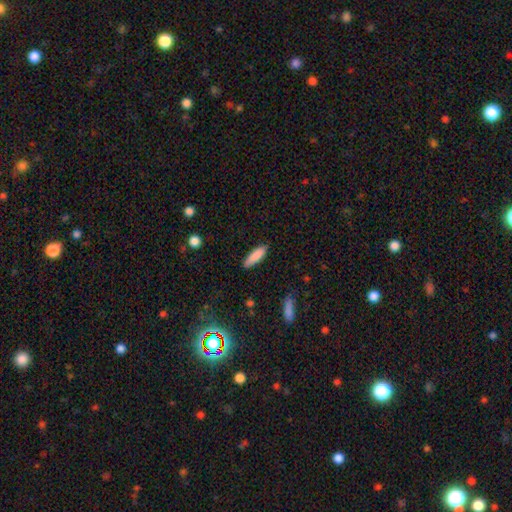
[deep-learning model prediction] Smooth or featured?
  - smooth: 87% *
  - featured or disk: 7%
  - star or artifact: 6%
How rounded?
  - cigar-shaped: 58% *
  - in between: 40%
  - round: 1%
Merging?
  - none: 86% *
  - minor disturbance: 10%
  - major disturbance: 2%
  - merger: 1%